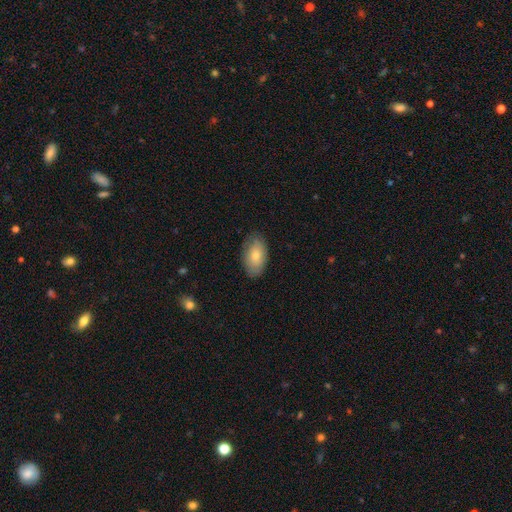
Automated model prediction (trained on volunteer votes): smooth_or_featured: smooth (p=0.77) [alt: featured or disk p=0.17]
how_rounded: in between (p=0.93) [alt: round p=0.05]
merging: none (p=0.84) [alt: minor disturbance p=0.13]